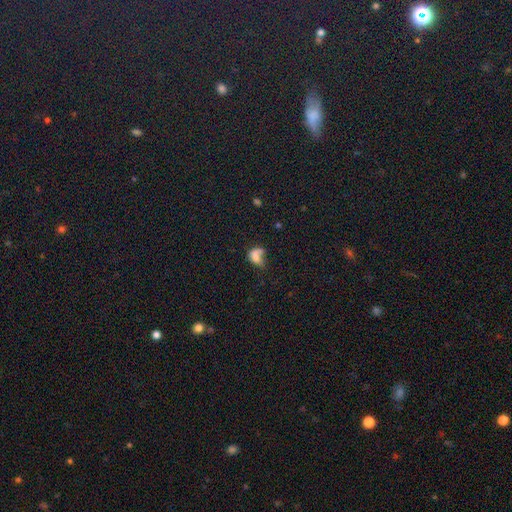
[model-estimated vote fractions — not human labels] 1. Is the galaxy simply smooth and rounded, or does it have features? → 63% smooth, 22% featured or disk, 16% star or artifact.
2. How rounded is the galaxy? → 76% in between, 19% round, 5% cigar-shaped.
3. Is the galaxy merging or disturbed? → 32% major disturbance, 24% none, 24% merger, 20% minor disturbance.